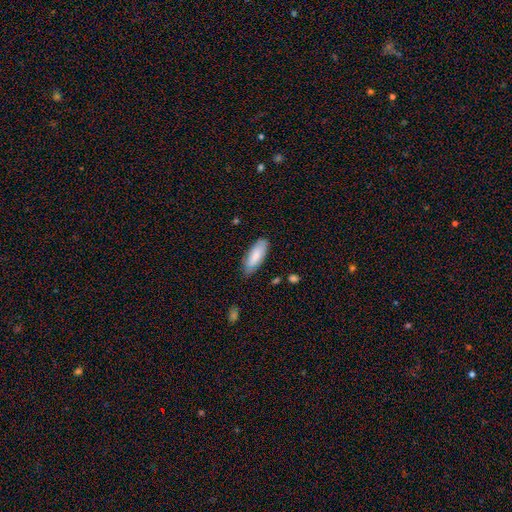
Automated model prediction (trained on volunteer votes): A smooth galaxy with no disk features (80%) that is in between round and cigar-shaped (79%).

Vote fractions:
- Smooth or featured? smooth: 80% / featured or disk: 15% / star or artifact: 6%
- How rounded? in between: 79% / cigar-shaped: 19% / round: 1%
- Merging? none: 73% / minor disturbance: 21% / major disturbance: 4% / merger: 2%